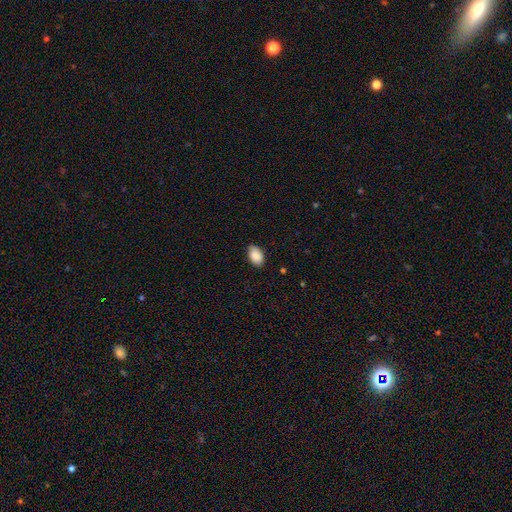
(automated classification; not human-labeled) Overall: smooth (88%). How rounded: in between (92%). Merging: none (82%).